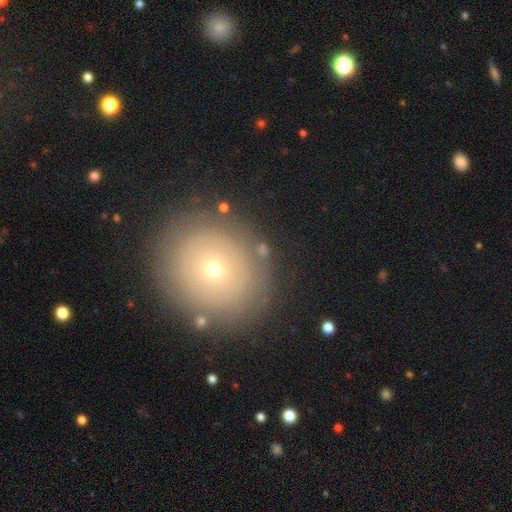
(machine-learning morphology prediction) Smooth or featured: smooth — 58% (featured or disk — 25%)
How rounded: round — 82% (in between — 17%)
Merging: none — 87% (minor disturbance — 8%)